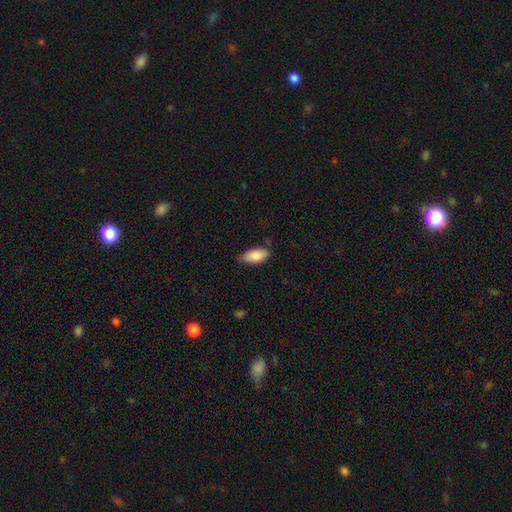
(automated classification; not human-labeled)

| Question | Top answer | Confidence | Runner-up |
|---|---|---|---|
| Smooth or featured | smooth | 86% | featured or disk (8%) |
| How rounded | in between | 91% | cigar-shaped (6%) |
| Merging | none | 66% | minor disturbance (28%) |